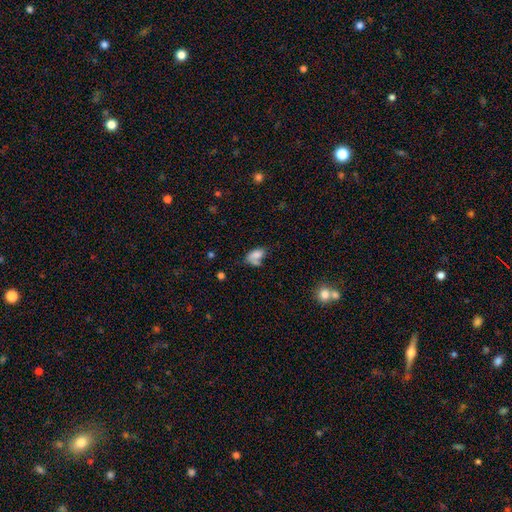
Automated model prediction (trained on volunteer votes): Morphology: type=smooth (74%); roundness=in between (90%); merging=none (36%).